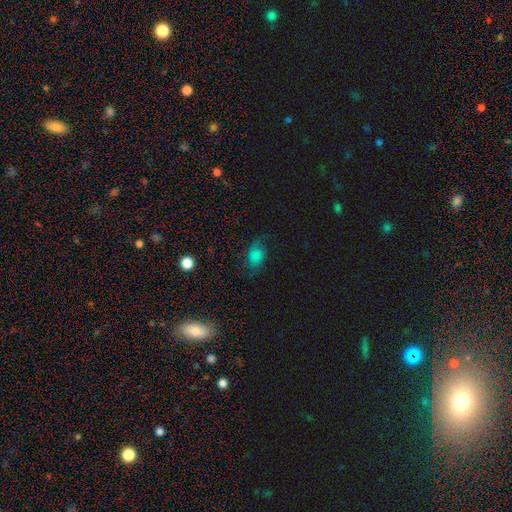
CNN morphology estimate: The model was most divided on "merging": none: 58%, minor disturbance: 25%, major disturbance: 15%, merger: 2%. More confident: how rounded — in between (74%); smooth or featured — smooth (64%).